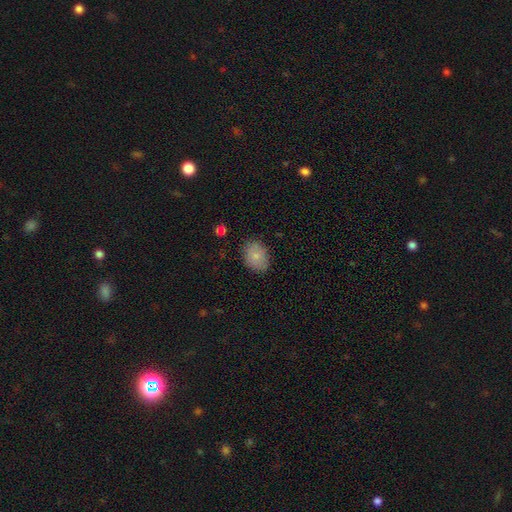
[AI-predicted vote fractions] Overall: smooth (82%). How rounded: in between (63%; round 36%). Merging: none (81%).